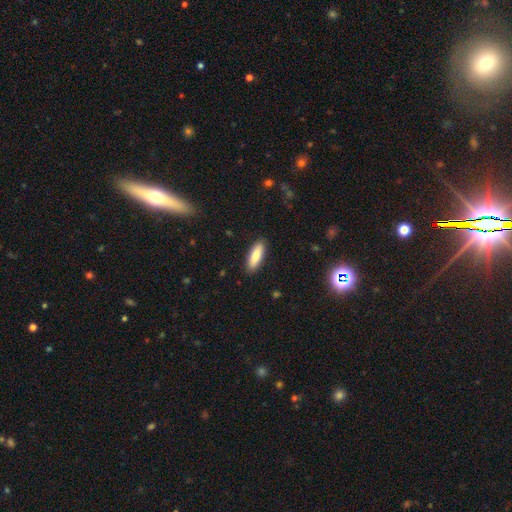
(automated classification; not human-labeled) This is clearly a smooth galaxy (83%). How rounded: possibly in between (55%). Merging: clearly none (89%).